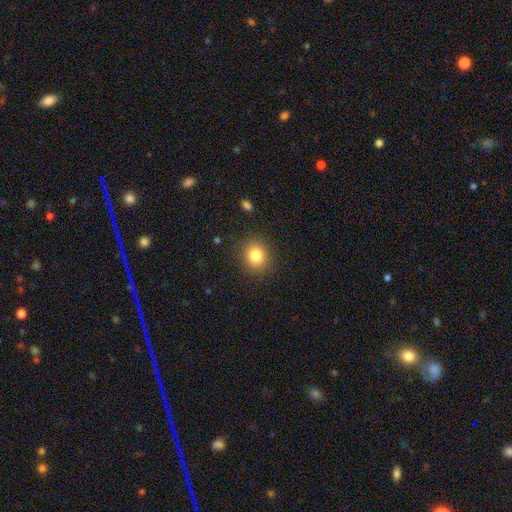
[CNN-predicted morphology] Q: Smooth or featured?
A: smooth (82%); runner-up: star or artifact (11%)
Q: How rounded?
A: round (76%); runner-up: in between (23%)
Q: Merging?
A: none (87%); runner-up: minor disturbance (9%)